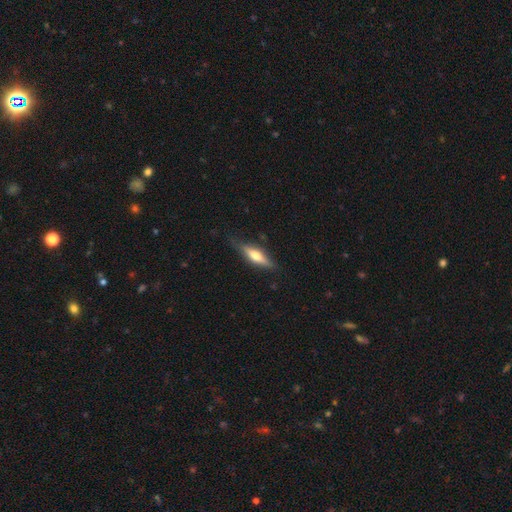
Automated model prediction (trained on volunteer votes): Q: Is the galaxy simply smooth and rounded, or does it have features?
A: featured or disk — 54%.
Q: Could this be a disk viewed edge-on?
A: yes — 92%.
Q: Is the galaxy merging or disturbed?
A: none — 79%.